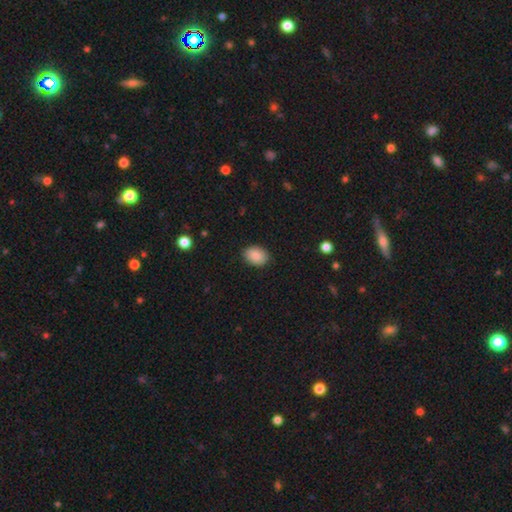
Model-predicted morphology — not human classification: Overall: smooth (88%). How rounded: in between (76%). Merging: none (87%).